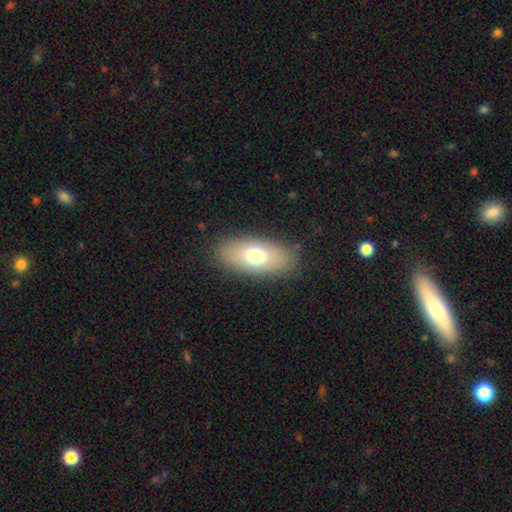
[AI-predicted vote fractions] Overall: smooth (71%). How rounded: in between (89%). Merging: none (85%).